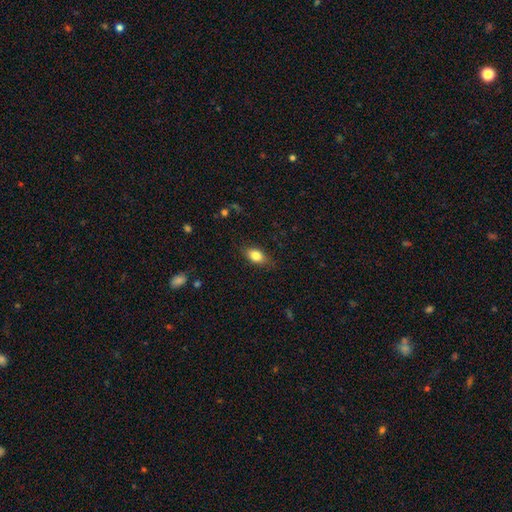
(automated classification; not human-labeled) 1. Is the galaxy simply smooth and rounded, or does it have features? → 82% smooth, 10% featured or disk, 8% star or artifact.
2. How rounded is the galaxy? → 85% in between, 10% round, 5% cigar-shaped.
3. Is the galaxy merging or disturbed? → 82% none, 14% minor disturbance, 3% major disturbance, 1% merger.